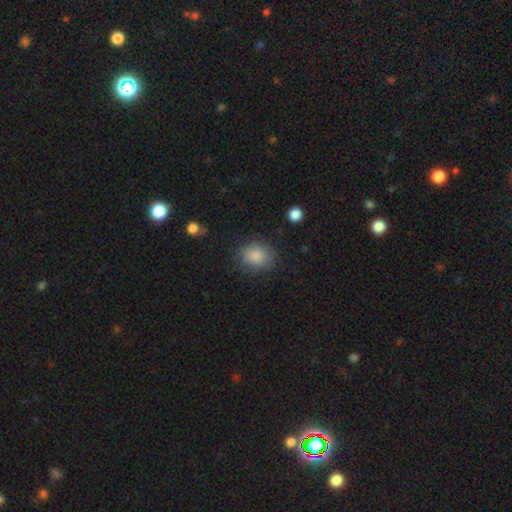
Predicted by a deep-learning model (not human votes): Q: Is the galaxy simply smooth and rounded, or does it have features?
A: smooth — 85%.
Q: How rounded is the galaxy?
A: round — 53%.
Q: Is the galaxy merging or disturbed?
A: none — 77%.